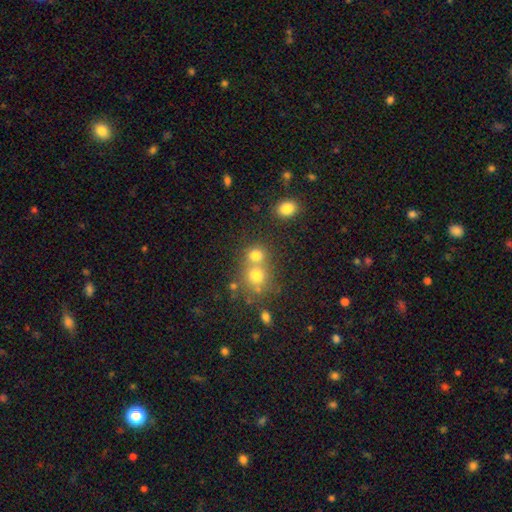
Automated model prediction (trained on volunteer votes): Smooth or featured?
  - smooth: 74% *
  - star or artifact: 15%
  - featured or disk: 11%
How rounded?
  - round: 82% *
  - in between: 17%
  - cigar-shaped: 1%
Merging?
  - none: 47% *
  - merger: 44%
  - minor disturbance: 7%
  - major disturbance: 3%